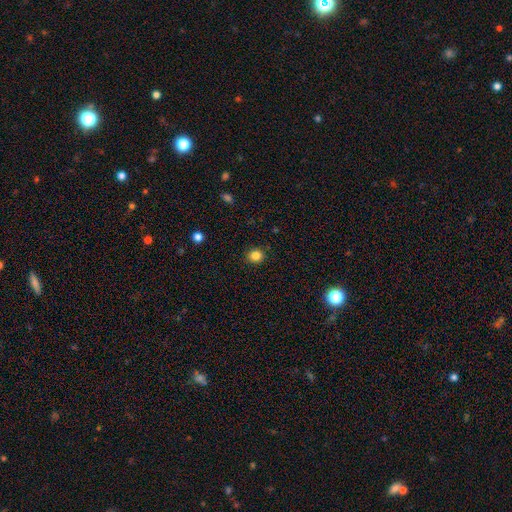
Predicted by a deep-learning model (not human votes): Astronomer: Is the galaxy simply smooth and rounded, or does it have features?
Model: smooth — 84%.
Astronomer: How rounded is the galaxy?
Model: round — 83%.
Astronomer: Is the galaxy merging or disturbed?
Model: none — 90%.